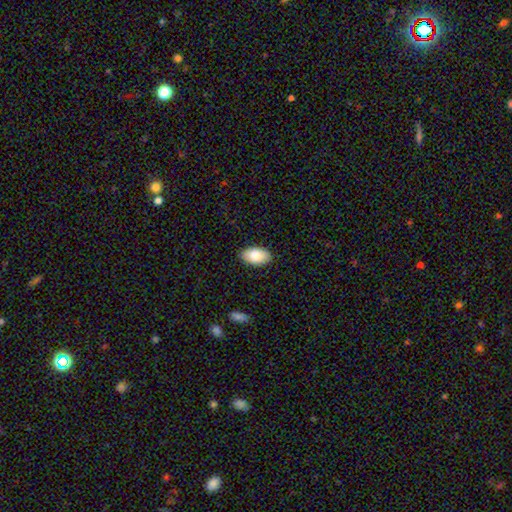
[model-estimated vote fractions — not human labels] Morphology: type=smooth (86%); roundness=in between (95%); merging=none (88%).